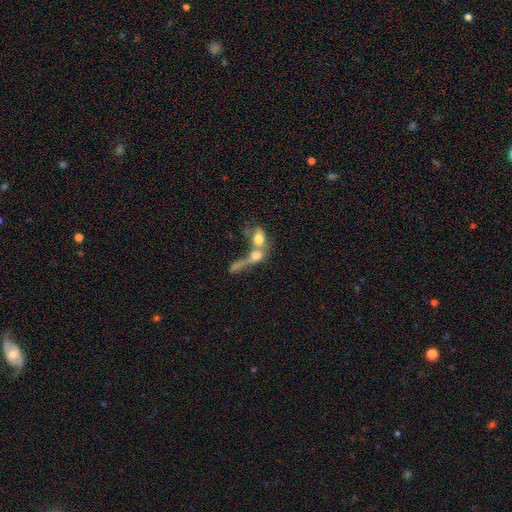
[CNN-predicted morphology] Smooth or featured: smooth — 60% (featured or disk — 30%)
How rounded: in between — 56% (round — 31%)
Merging: merger — 76% (none — 11%)